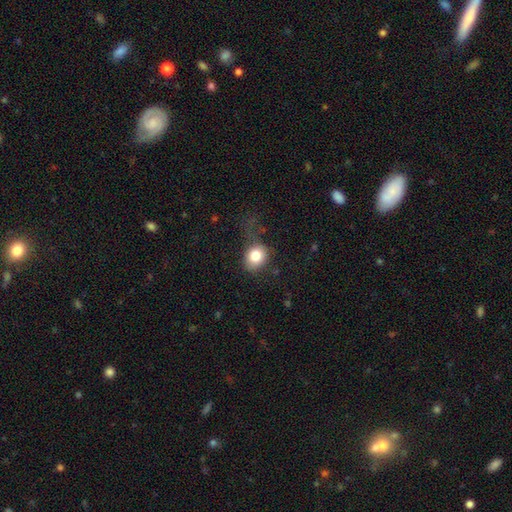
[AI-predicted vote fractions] smooth_or_featured: smooth (p=0.81) [alt: star or artifact p=0.10]
how_rounded: round (p=0.64) [alt: in between p=0.35]
merging: none (p=0.56) [alt: minor disturbance p=0.25]